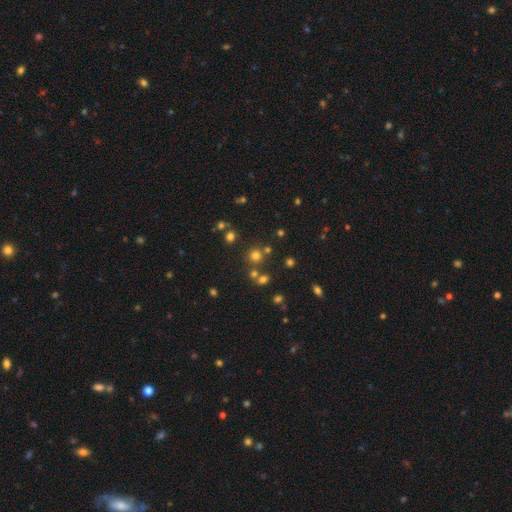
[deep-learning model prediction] smooth 67%, star or artifact 25%, featured or disk 8%. Down the decision tree: how rounded — round (92%); merging — none (75%).